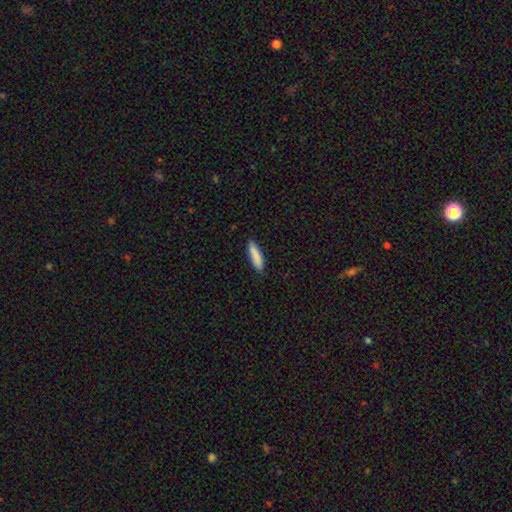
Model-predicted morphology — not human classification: Overall: smooth (88%). How rounded: cigar-shaped (71%). Merging: none (87%).